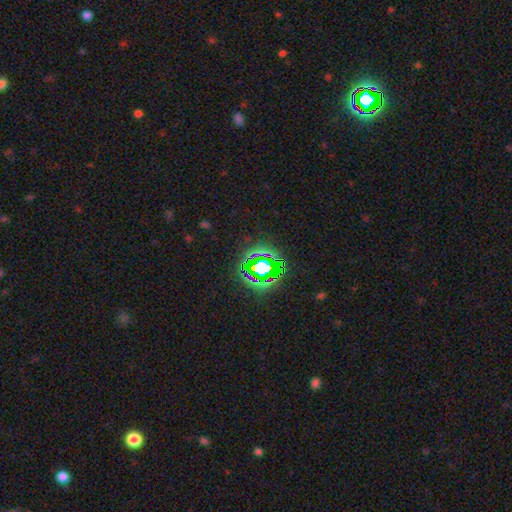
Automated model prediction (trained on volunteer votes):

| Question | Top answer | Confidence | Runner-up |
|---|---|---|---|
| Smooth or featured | star or artifact | 78% | smooth (15%) |